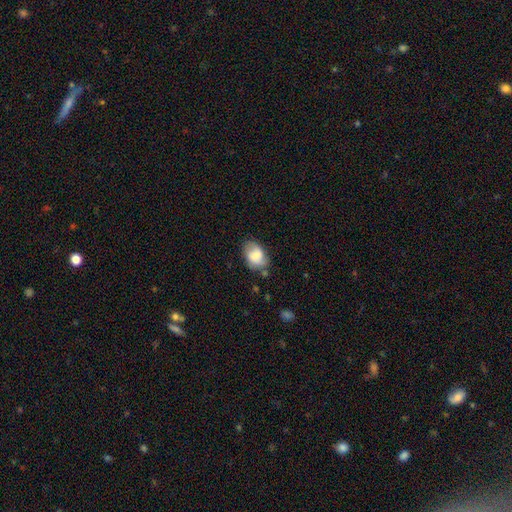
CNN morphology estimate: Smooth or featured? smooth (73%)
How rounded? in between (82%)
Merging? none (60%)